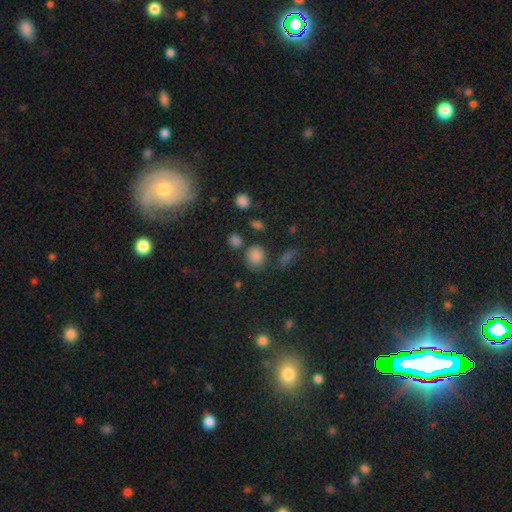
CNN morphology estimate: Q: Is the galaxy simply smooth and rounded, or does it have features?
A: smooth — 79%.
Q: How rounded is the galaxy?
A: round — 77%.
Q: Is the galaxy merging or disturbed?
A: none — 67%.